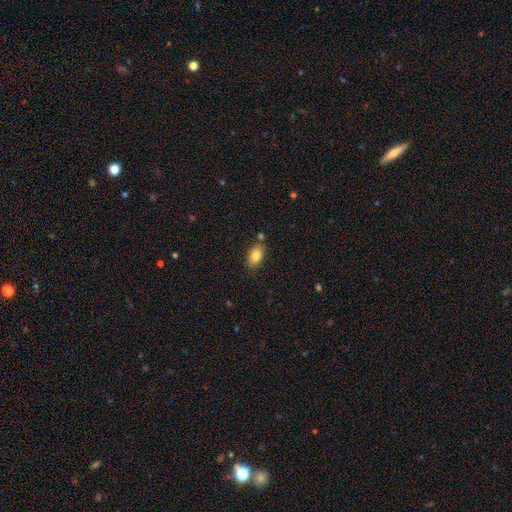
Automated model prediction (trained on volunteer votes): A smooth galaxy with no disk features (83%) that is in between round and cigar-shaped (88%).

Vote fractions:
- Smooth or featured? smooth: 83% / featured or disk: 9% / star or artifact: 8%
- How rounded? in between: 88% / round: 10% / cigar-shaped: 2%
- Merging? none: 78% / minor disturbance: 13% / merger: 6% / major disturbance: 3%